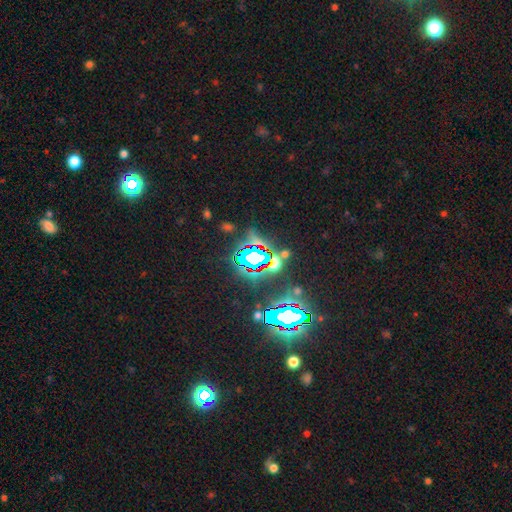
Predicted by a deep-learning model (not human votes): Overall: star or artifact (71%).